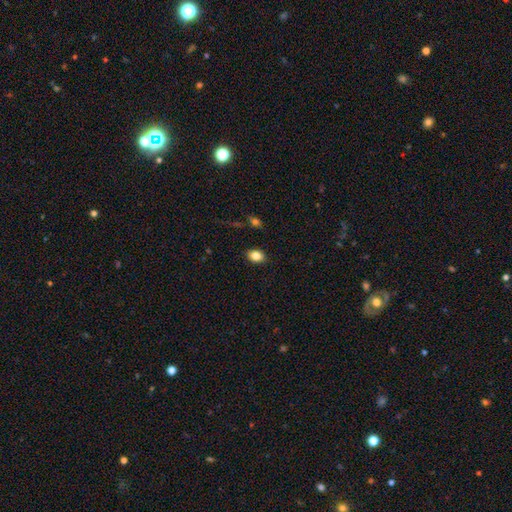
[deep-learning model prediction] smooth-or-featured: smooth: 83% | star or artifact: 9% | featured or disk: 8%
  how-rounded: in between: 76% | round: 23% | cigar-shaped: 1%
  merging: none: 88% | minor disturbance: 9% | major disturbance: 2% | merger: 1%